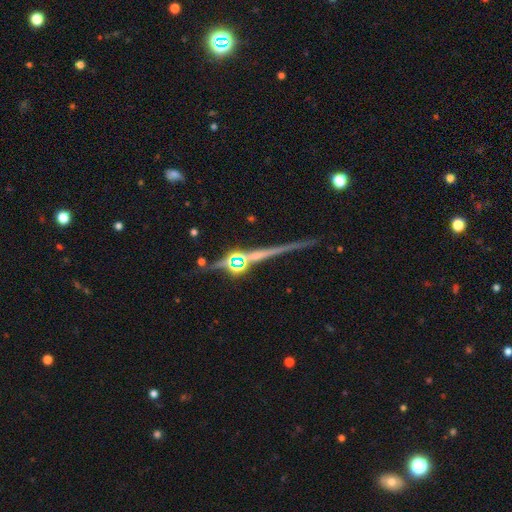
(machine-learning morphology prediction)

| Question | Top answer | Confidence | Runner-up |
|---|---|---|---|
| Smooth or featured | featured or disk | 65% | star or artifact (17%) |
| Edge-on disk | yes | 91% | no (9%) |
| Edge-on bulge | rounded | 60% | none (30%) |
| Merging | none | 63% | merger (17%) |